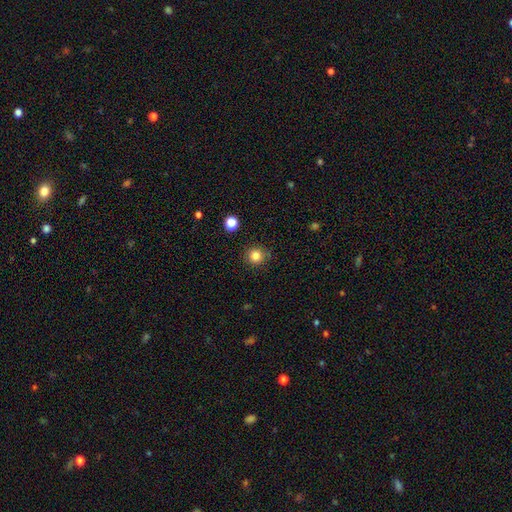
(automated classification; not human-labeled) smooth_or_featured: smooth (p=0.83) [alt: star or artifact p=0.12]
how_rounded: round (p=0.93) [alt: in between p=0.06]
merging: none (p=0.89) [alt: minor disturbance p=0.07]